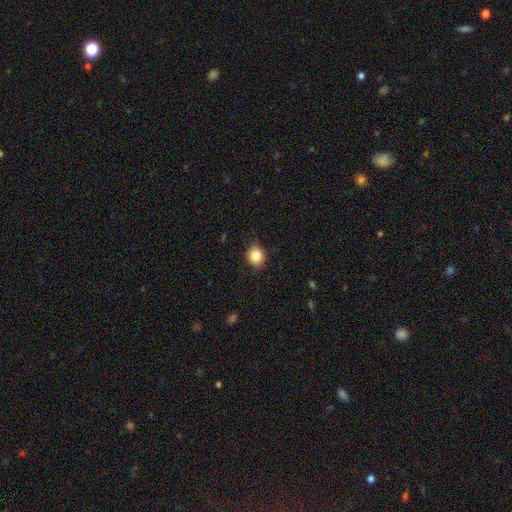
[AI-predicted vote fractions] Smooth or featured? Predicted: smooth (p=0.84). How rounded? Predicted: round (p=0.69). Merging? Predicted: none (p=0.78).